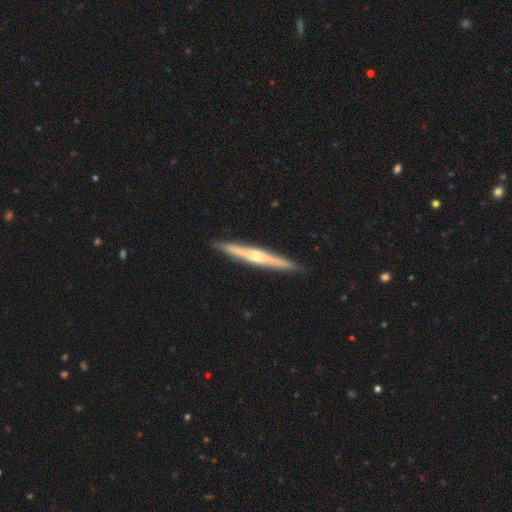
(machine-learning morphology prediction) A featured or disk galaxy (69%) viewed edge-on (98%) with a rounded central bulge (78%). Merging: none (91%).